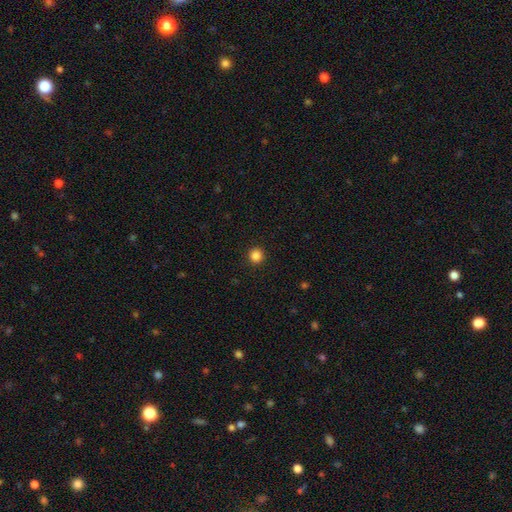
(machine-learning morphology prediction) type=smooth (85%); roundness=round (95%); merging=none (93%).